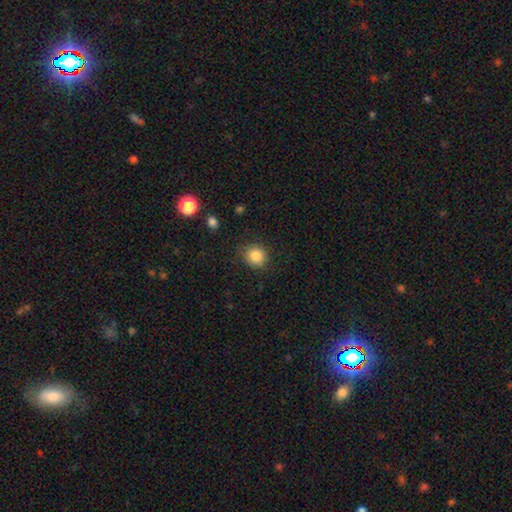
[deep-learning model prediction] Smooth or featured? Predicted: smooth (p=0.84). How rounded? Predicted: round (p=0.84). Merging? Predicted: none (p=0.81).